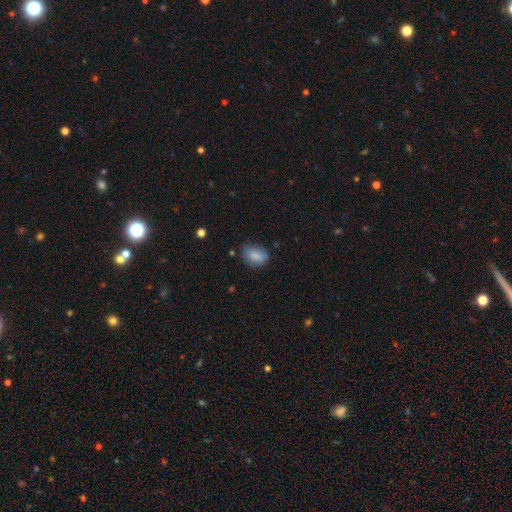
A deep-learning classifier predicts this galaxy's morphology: smooth 86%, star or artifact 8%, featured or disk 6%. Down the decision tree: how rounded — in between (80%); merging — none (70%).